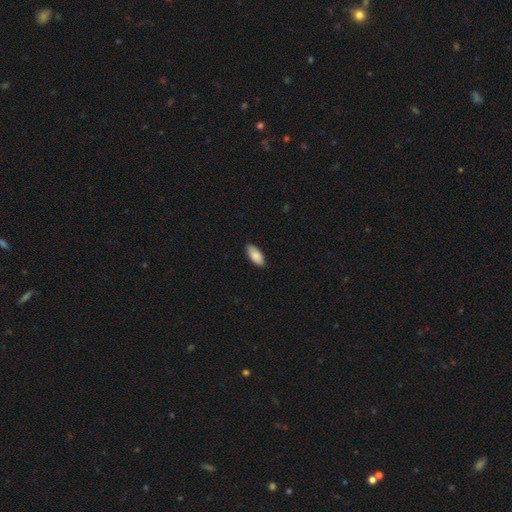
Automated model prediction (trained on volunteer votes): A smooth galaxy with no disk features (89%) that is in between round and cigar-shaped (89%). Merging: none (87%).